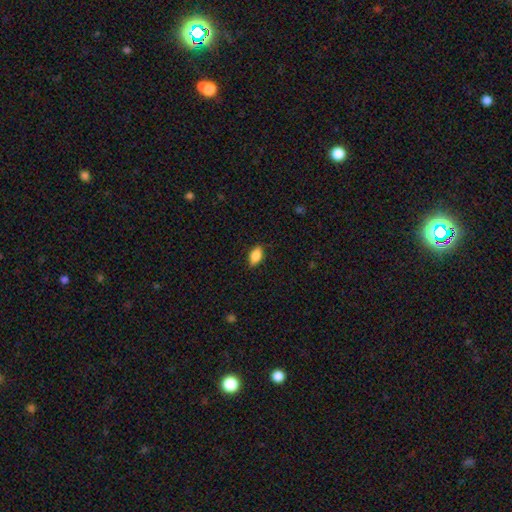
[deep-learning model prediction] smooth_or_featured: smooth (p=0.84) [alt: featured or disk p=0.08]
how_rounded: in between (p=0.89) [alt: cigar-shaped p=0.06]
merging: none (p=0.86) [alt: minor disturbance p=0.11]